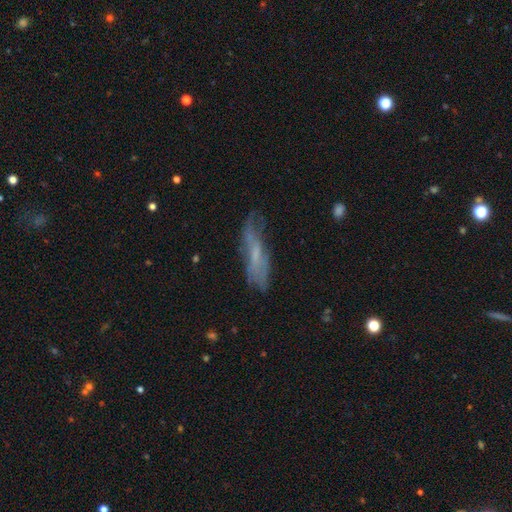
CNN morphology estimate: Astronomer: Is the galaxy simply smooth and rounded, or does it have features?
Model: featured or disk — 47% (runner-up: smooth, 43%).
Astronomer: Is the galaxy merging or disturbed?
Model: none — 55%.